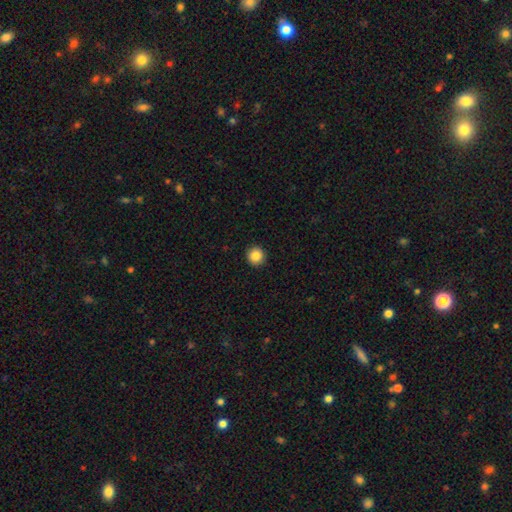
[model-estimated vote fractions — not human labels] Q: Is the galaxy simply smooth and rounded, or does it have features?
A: smooth — 87%.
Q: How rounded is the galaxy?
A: round — 95%.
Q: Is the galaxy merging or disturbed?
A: none — 93%.